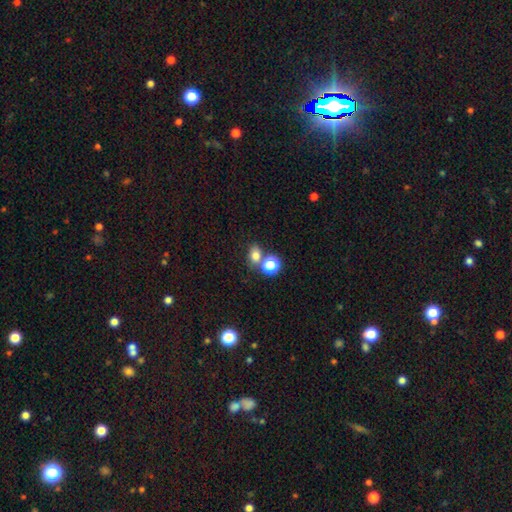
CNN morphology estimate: Smooth or featured? smooth (76%)
How rounded? in between (54%)
Merging? none (59%)